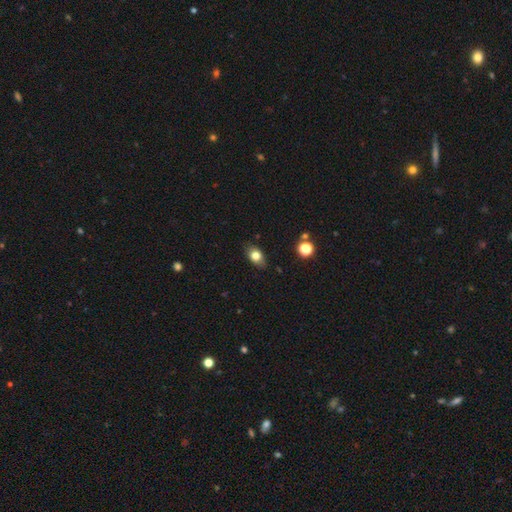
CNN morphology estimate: type=smooth (78%); roundness=in between (78%); merging=none (81%).